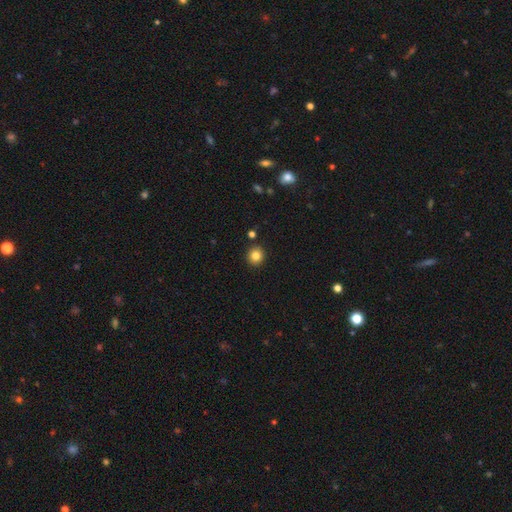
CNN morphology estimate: Q: Smooth or featured?
A: smooth (83%); runner-up: star or artifact (11%)
Q: How rounded?
A: round (91%); runner-up: in between (8%)
Q: Merging?
A: none (91%); runner-up: minor disturbance (6%)